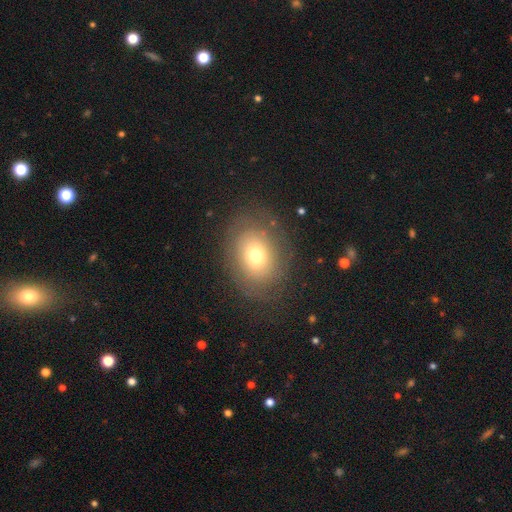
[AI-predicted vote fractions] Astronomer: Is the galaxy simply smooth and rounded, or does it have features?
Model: smooth — 58%.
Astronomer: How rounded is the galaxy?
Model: in between — 58% (runner-up: round, 41%).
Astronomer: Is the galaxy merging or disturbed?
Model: none — 77%.